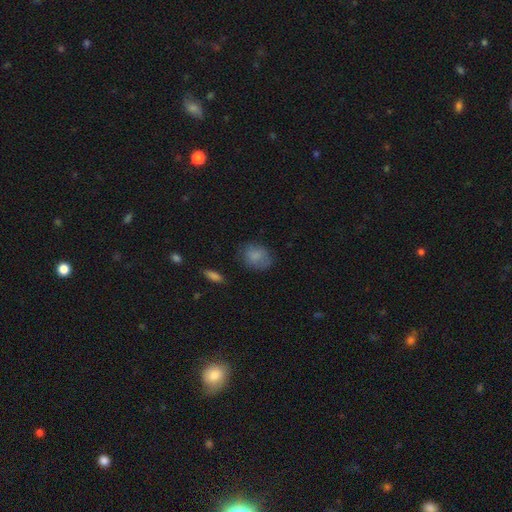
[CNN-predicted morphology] Smooth or featured?
  - smooth: 83% *
  - star or artifact: 9%
  - featured or disk: 8%
How rounded?
  - in between: 55% *
  - round: 43%
  - cigar-shaped: 1%
Merging?
  - none: 71% *
  - minor disturbance: 21%
  - major disturbance: 6%
  - merger: 2%